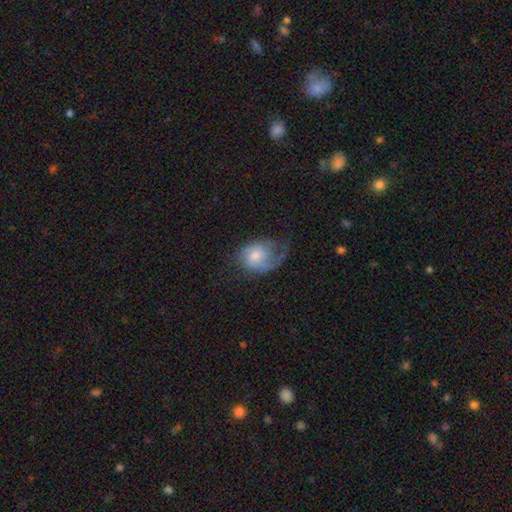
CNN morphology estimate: Smooth or featured? Predicted: featured or disk (p=0.46, tied with smooth). Merging? Predicted: major disturbance (p=0.38).